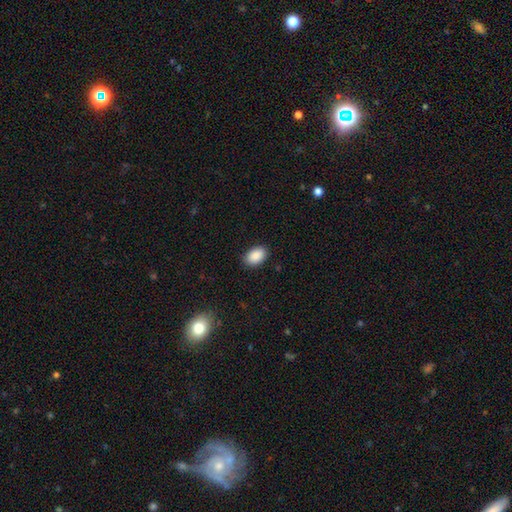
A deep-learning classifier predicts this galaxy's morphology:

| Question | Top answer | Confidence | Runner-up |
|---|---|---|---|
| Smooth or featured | smooth | 90% | star or artifact (7%) |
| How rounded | in between | 90% | round (9%) |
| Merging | none | 88% | minor disturbance (9%) |